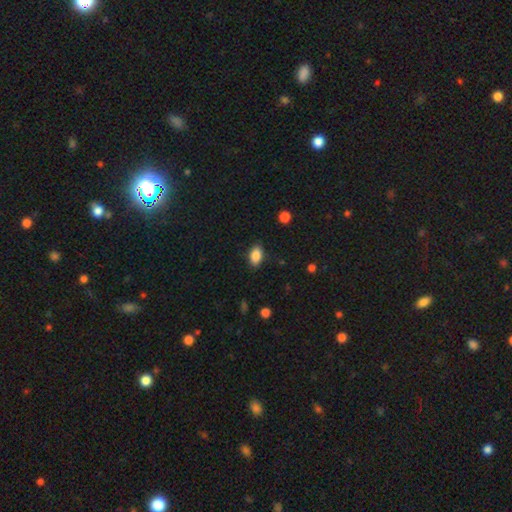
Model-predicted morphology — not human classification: A smooth galaxy with no disk features (86%) that is in between round and cigar-shaped (90%). Merging: none (86%).